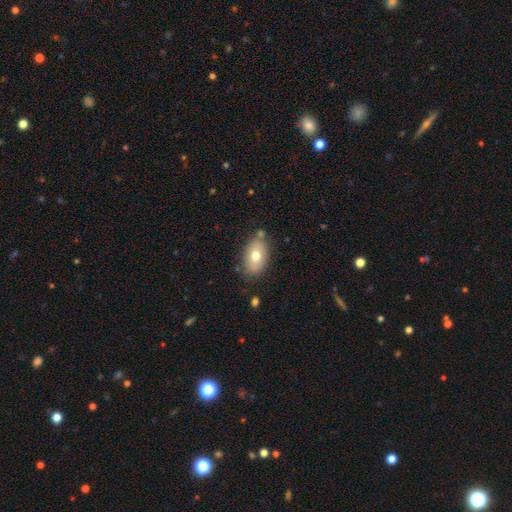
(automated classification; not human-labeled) smooth-or-featured: smooth: 72% | featured or disk: 20% | star or artifact: 8%
  how-rounded: in between: 89% | round: 9% | cigar-shaped: 2%
  merging: none: 77% | minor disturbance: 15% | merger: 5% | major disturbance: 3%